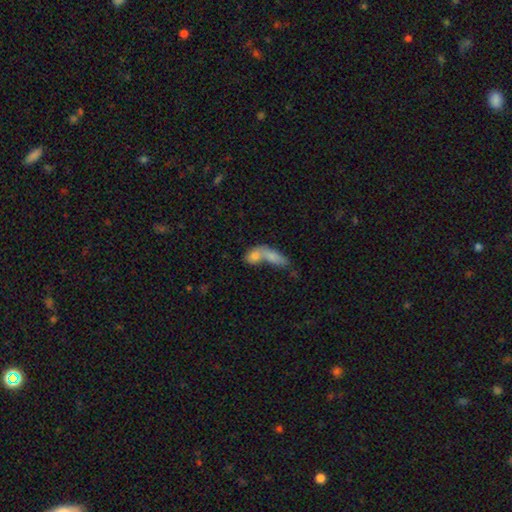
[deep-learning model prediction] smooth_or_featured: smooth (p=0.75) [alt: featured or disk p=0.16]
how_rounded: in between (p=0.68) [alt: cigar-shaped p=0.18]
merging: merger (p=0.67) [alt: none p=0.21]